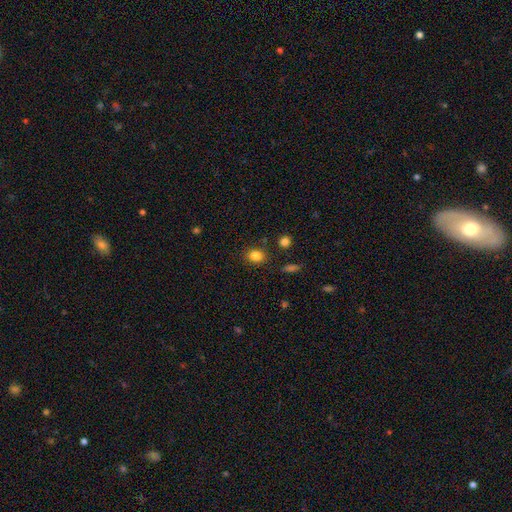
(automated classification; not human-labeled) Morphology: type=smooth (84%); roundness=in between (52%); merging=none (84%).